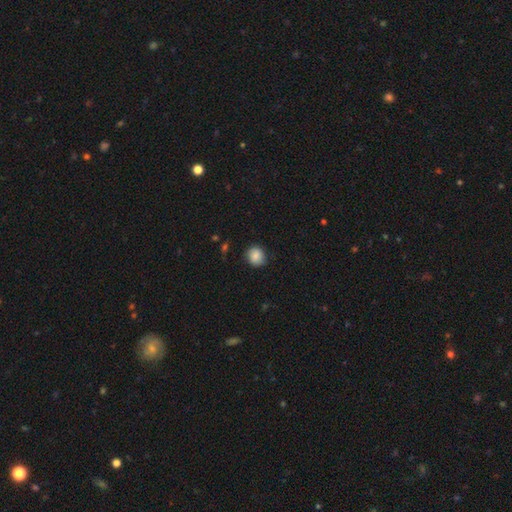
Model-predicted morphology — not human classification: smooth-or-featured: smooth: 83% | featured or disk: 9% | star or artifact: 9%
  how-rounded: round: 80% | in between: 19% | cigar-shaped: 1%
  merging: none: 80% | minor disturbance: 16% | major disturbance: 3% | merger: 1%